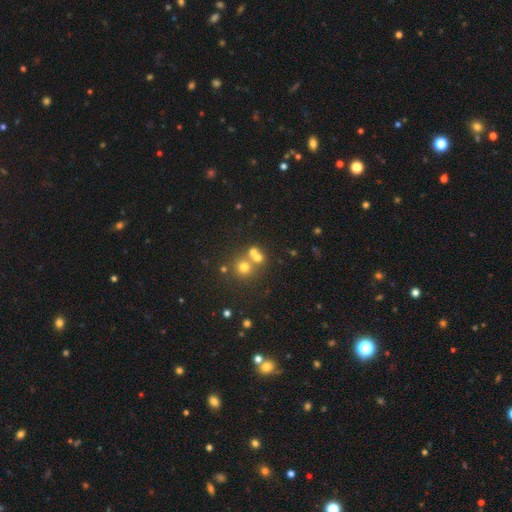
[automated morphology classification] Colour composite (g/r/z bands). It shows a smooth galaxy with no disk features (62%) that is round (85%). Merging: none (45%, tied with merger).